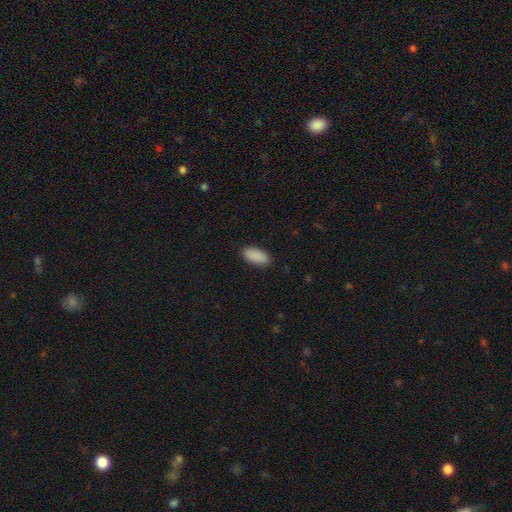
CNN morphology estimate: The model was most divided on "how rounded": in between: 89%, cigar-shaped: 9%, round: 2%. More confident: smooth or featured — smooth (91%); merging — none (90%).